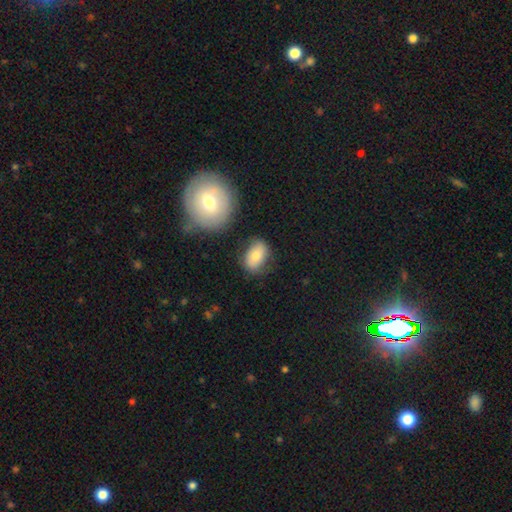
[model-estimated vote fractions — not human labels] smooth_or_featured: smooth (p=0.74) [alt: featured or disk p=0.18]
how_rounded: in between (p=0.85) [alt: round p=0.13]
merging: none (p=0.70) [alt: minor disturbance p=0.20]